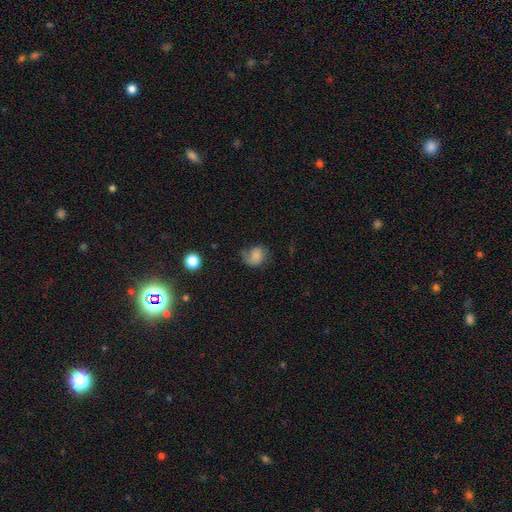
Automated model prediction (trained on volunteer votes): smooth_or_featured: smooth (p=0.60) [alt: featured or disk p=0.29]
how_rounded: round (p=0.56) [alt: in between p=0.43]
merging: none (p=0.45) [alt: minor disturbance p=0.28]